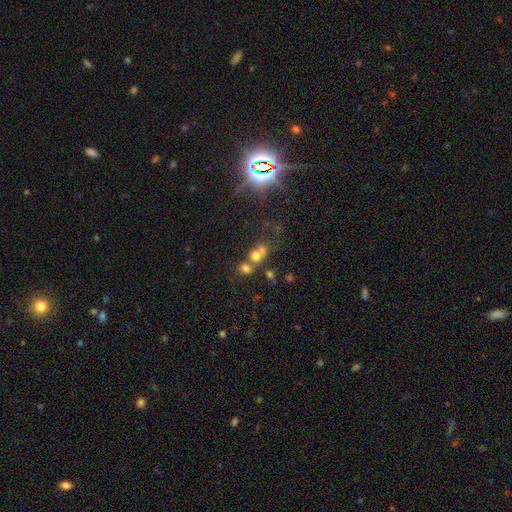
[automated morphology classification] Smooth or featured? Predicted: smooth (p=0.64). How rounded? Predicted: round (p=0.68). Merging? Predicted: merger (p=0.53).